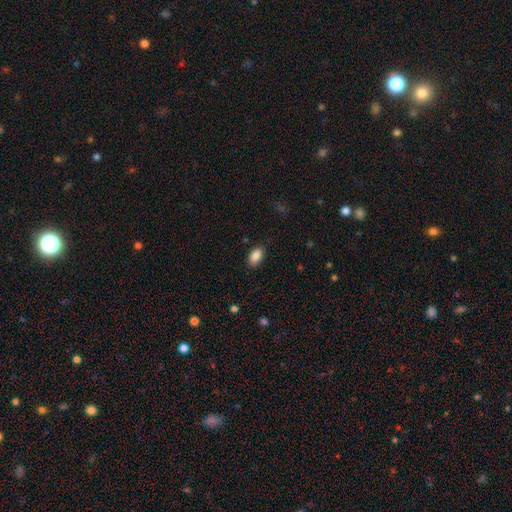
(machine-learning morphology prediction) The model was most divided on "merging": none: 84%, minor disturbance: 12%, major disturbance: 3%, merger: 1%. More confident: how rounded — in between (92%); smooth or featured — smooth (88%).